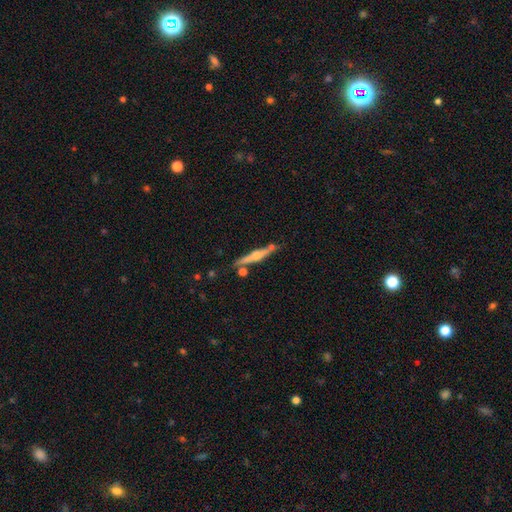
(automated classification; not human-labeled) A featured or disk galaxy (64%) viewed edge-on (96%) with a rounded central bulge (85%). Merging: none (74%).